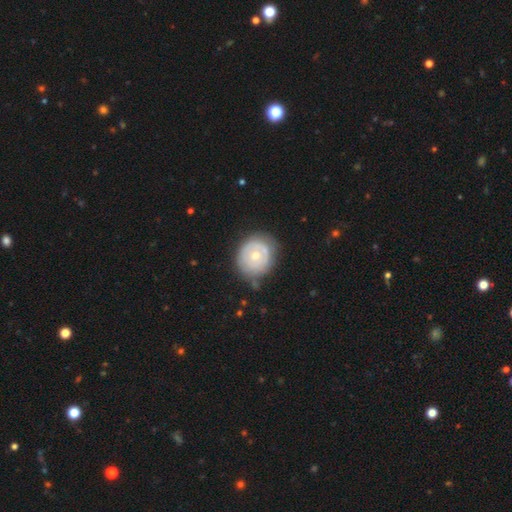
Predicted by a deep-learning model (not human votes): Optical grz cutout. It shows a featured or disk galaxy (53%) with no bar (87%), no spiral arms (62%) and a moderate central bulge (58%). Merging: none (63%).